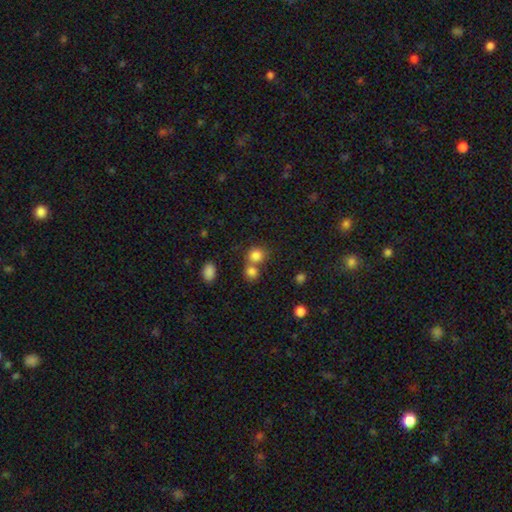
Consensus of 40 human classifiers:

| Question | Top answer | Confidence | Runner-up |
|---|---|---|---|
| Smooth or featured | smooth | 92% | star or artifact (5%) |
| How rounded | round | 92% | in between (5%) |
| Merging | merger | 45% | none (39%) |